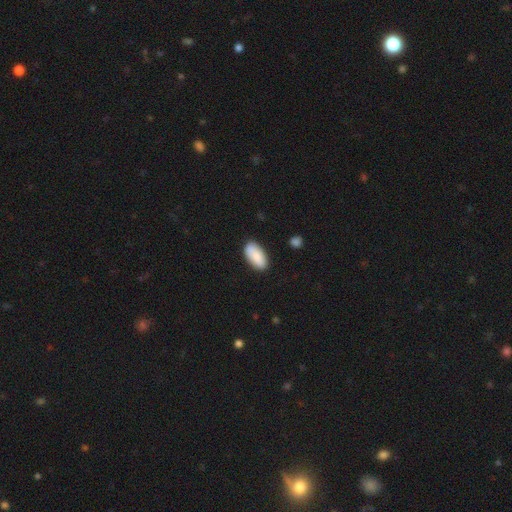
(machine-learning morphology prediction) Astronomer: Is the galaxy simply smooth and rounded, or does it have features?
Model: smooth — 86%.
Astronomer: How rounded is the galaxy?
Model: in between — 94%.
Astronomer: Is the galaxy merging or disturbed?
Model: none — 83%.